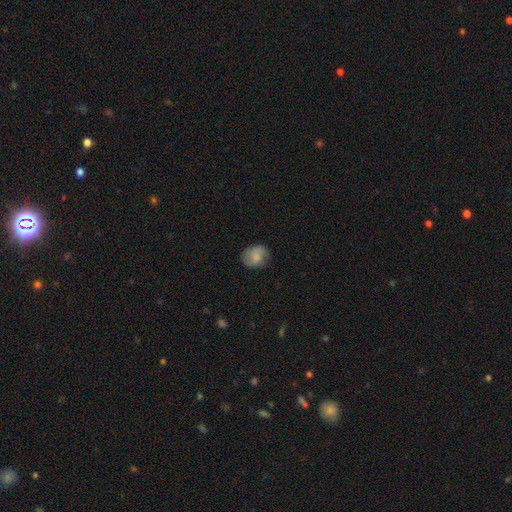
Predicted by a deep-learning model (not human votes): Smooth or featured: smooth — 67% (featured or disk — 25%)
How rounded: round — 59% (in between — 40%)
Merging: none — 74% (minor disturbance — 19%)